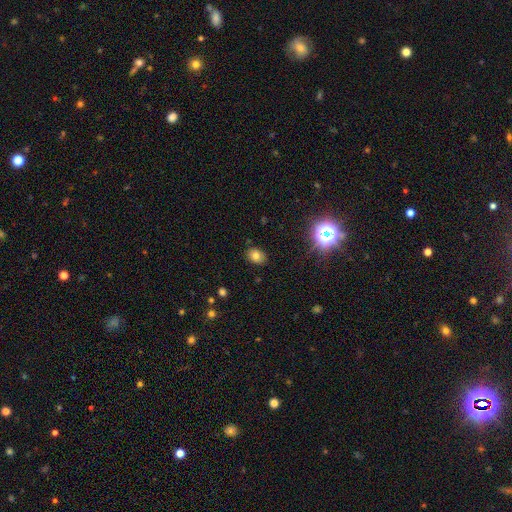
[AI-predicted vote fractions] Smooth or featured?
  - smooth: 74% *
  - star or artifact: 16%
  - featured or disk: 9%
How rounded?
  - in between: 60% *
  - round: 39%
  - cigar-shaped: 1%
Merging?
  - none: 86% *
  - minor disturbance: 10%
  - major disturbance: 3%
  - merger: 1%